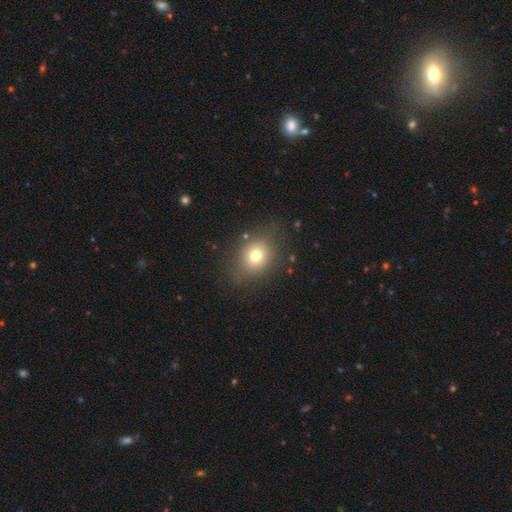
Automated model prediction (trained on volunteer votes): Smooth or featured?
  - smooth: 73% *
  - star or artifact: 14%
  - featured or disk: 13%
How rounded?
  - round: 60% *
  - in between: 39%
  - cigar-shaped: 1%
Merging?
  - none: 78% *
  - minor disturbance: 14%
  - major disturbance: 6%
  - merger: 2%